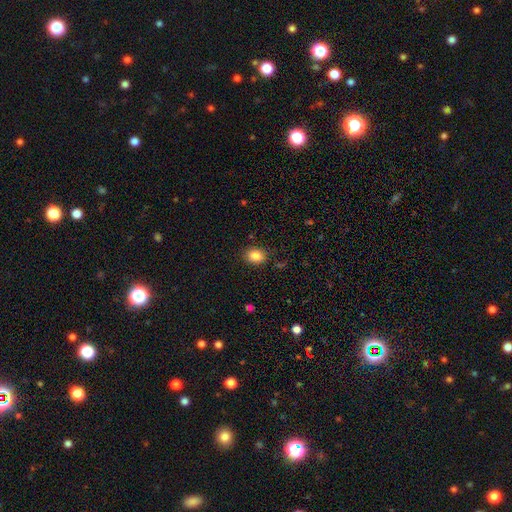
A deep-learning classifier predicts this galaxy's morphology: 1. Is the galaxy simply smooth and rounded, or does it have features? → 85% smooth, 10% star or artifact, 6% featured or disk.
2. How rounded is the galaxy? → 54% in between, 45% round, 1% cigar-shaped.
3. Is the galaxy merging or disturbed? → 86% none, 10% minor disturbance, 3% major disturbance, 1% merger.